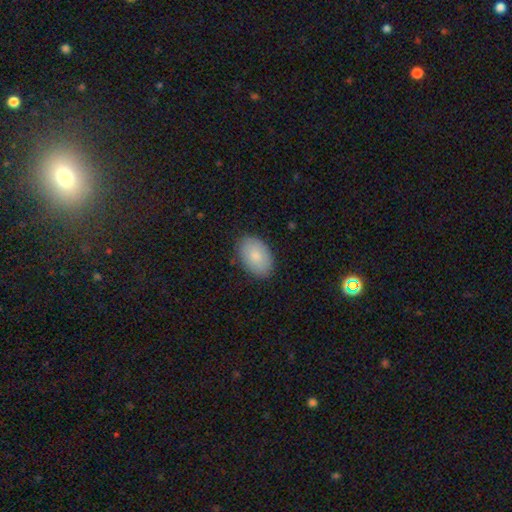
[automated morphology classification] smooth-or-featured: smooth: 84% | featured or disk: 10% | star or artifact: 6%
  how-rounded: in between: 90% | round: 9% | cigar-shaped: 1%
  merging: none: 86% | minor disturbance: 11% | major disturbance: 2% | merger: 1%